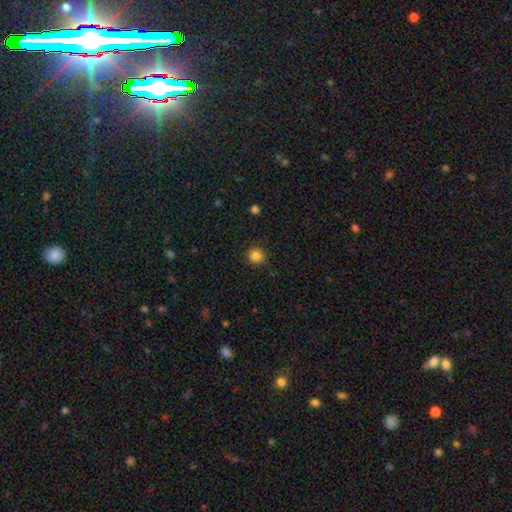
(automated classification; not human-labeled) This is clearly a smooth galaxy (85%). How rounded: clearly round (94%). Merging: clearly none (91%).